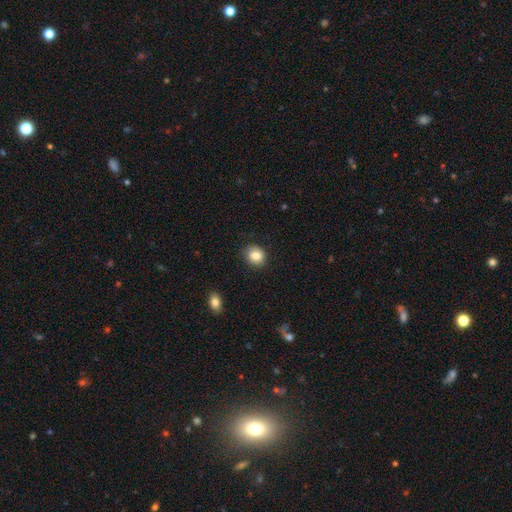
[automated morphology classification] This appears to be a smooth galaxy with no disk features (84%) that is round (61%). Merging: none (84%).